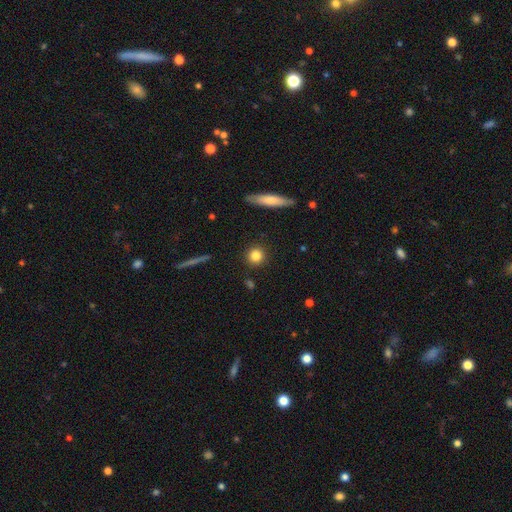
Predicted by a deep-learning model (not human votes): Smooth or featured? smooth (83%)
How rounded? round (91%)
Merging? none (91%)